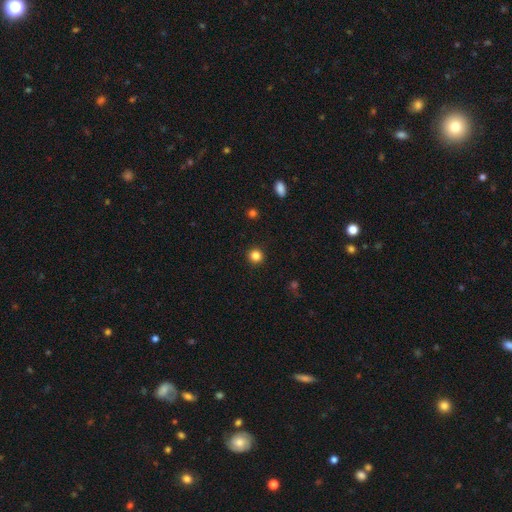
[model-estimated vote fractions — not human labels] Smooth or featured? Predicted: smooth (p=0.84). How rounded? Predicted: round (p=0.95). Merging? Predicted: none (p=0.93).